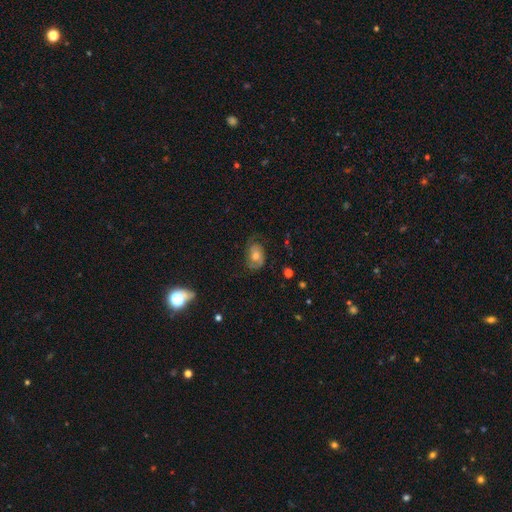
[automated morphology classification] Smooth or featured? Predicted: featured or disk (p=0.57). Edge-on disk? Predicted: no (p=0.95). Bar? Predicted: no (p=0.72). Spiral arms? Predicted: yes (p=0.81). Bulge size? Predicted: moderate (p=0.68). Merging? Predicted: none (p=0.62).